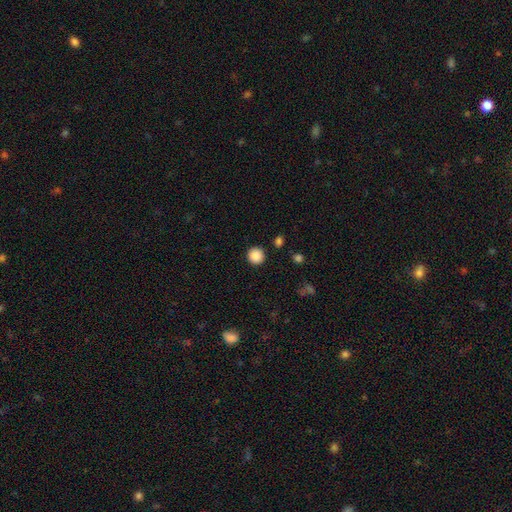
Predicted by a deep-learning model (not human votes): smooth_or_featured: smooth (p=0.88) [alt: star or artifact p=0.10]
how_rounded: round (p=0.95) [alt: in between p=0.04]
merging: none (p=0.91) [alt: minor disturbance p=0.05]